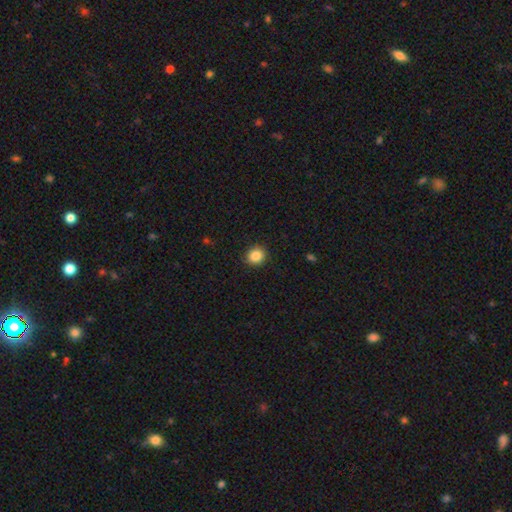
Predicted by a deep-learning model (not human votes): Overall: smooth (86%). How rounded: round (83%). Merging: none (91%).